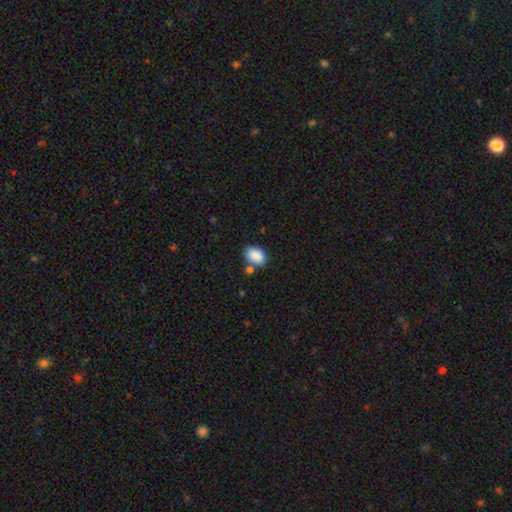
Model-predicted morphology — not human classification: This is clearly a smooth galaxy (89%). How rounded: likely in between (80%). Merging: likely none (69%).